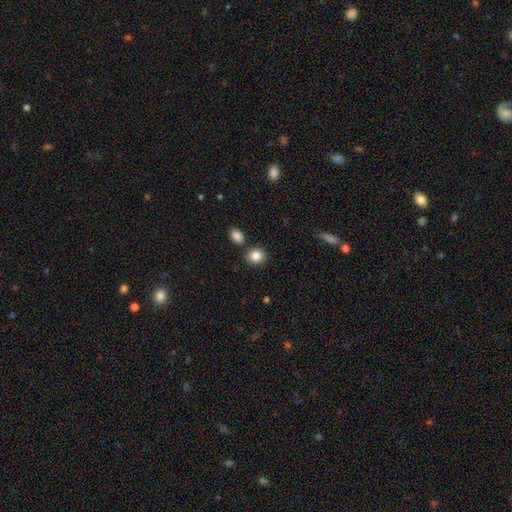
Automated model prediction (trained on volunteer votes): Morphology: type=smooth (87%); roundness=round (74%); merging=none (78%).